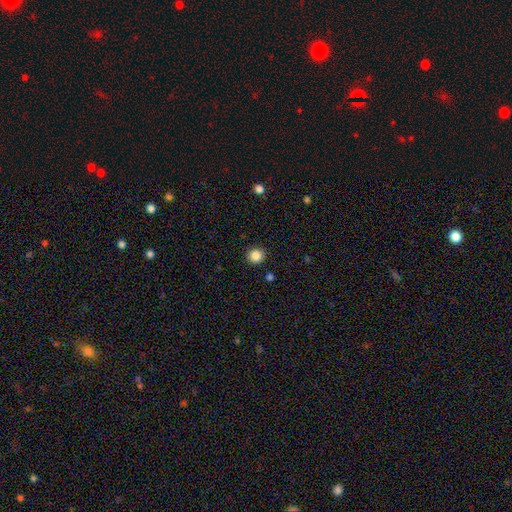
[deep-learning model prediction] A smooth galaxy with no disk features (86%) that is round (92%).

Vote fractions:
- Smooth or featured? smooth: 86% / star or artifact: 11% / featured or disk: 3%
- How rounded? round: 92% / in between: 7% / cigar-shaped: 1%
- Merging? none: 92% / minor disturbance: 5% / major disturbance: 2% / merger: 1%